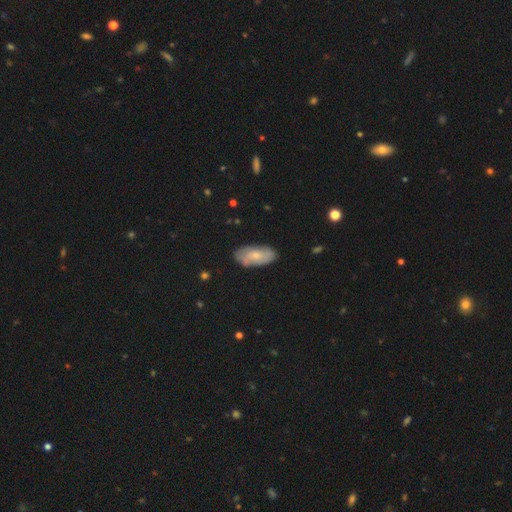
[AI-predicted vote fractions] Smooth or featured? smooth (55%)
How rounded? in between (90%)
Merging? none (79%)